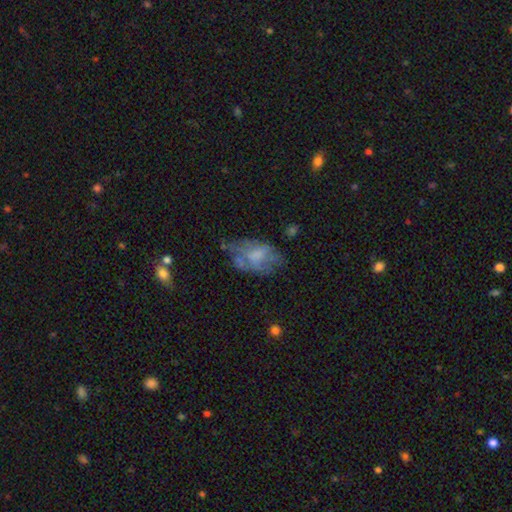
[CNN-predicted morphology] Smooth or featured?
  - smooth: 45% * (tied)
  - featured or disk: 45% * (tied)
  - star or artifact: 11%
Merging?
  - none: 38% *
  - minor disturbance: 29%
  - major disturbance: 27%
  - merger: 6%